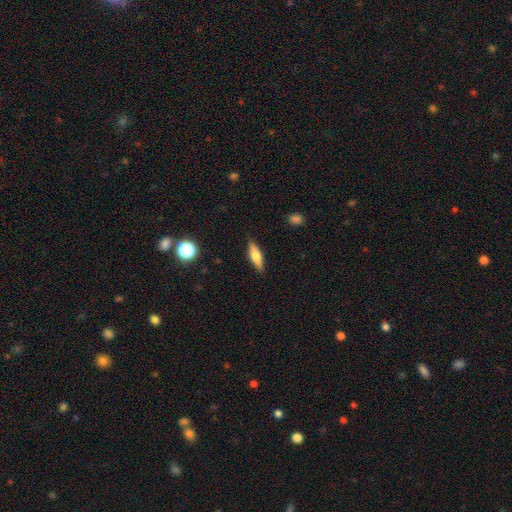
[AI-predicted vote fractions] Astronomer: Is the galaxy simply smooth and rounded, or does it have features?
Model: smooth — 60%.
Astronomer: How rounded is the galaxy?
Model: cigar-shaped — 58% (runner-up: in between, 39%).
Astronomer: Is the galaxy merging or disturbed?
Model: none — 87%.